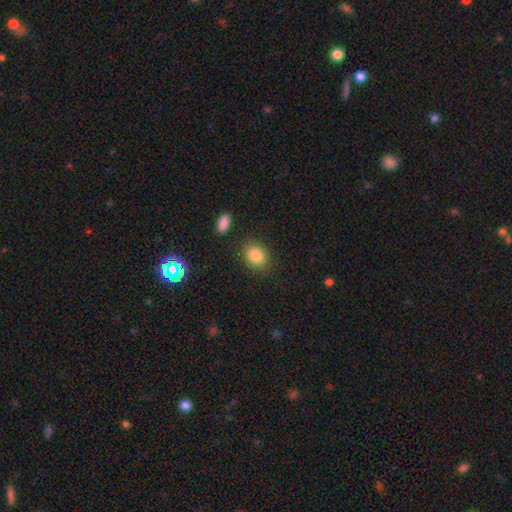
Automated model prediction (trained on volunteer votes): smooth 85%, star or artifact 9%, featured or disk 6%. Down the decision tree: how rounded — in between (50%); merging — none (83%).